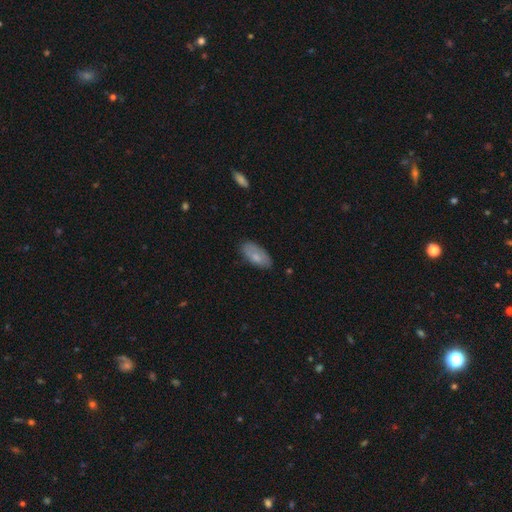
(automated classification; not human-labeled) A smooth galaxy with no disk features (75%) that is in between round and cigar-shaped (90%). Merging: none (74%).